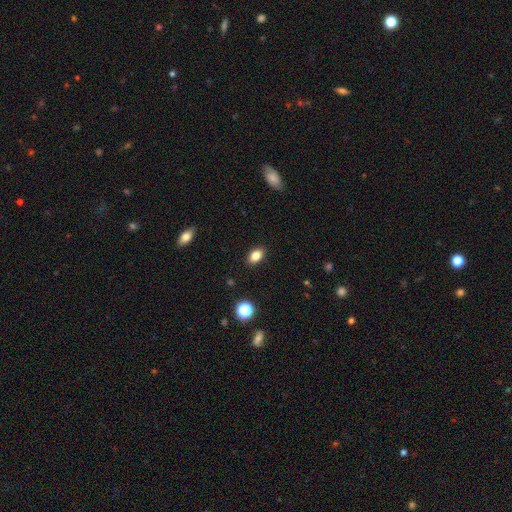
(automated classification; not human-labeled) smooth 84%, star or artifact 10%, featured or disk 6%. Down the decision tree: how rounded — in between (84%); merging — none (89%).